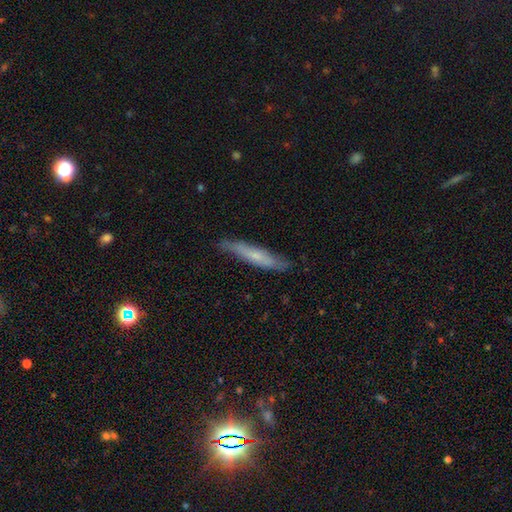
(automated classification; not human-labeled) A smooth galaxy with no disk features (53%) that is cigar-shaped (91%). Merging: none (79%).